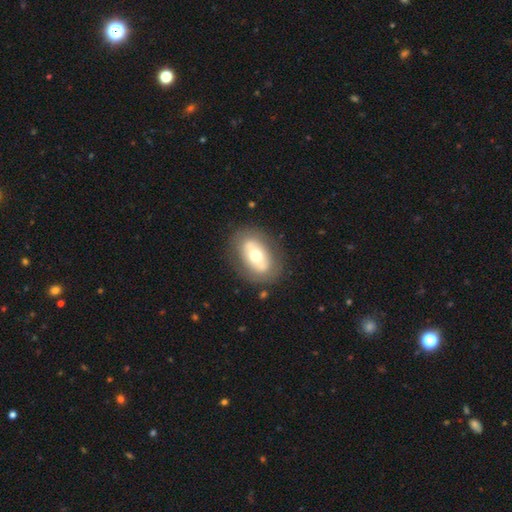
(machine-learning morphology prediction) Q: Smooth or featured?
A: smooth (49%); runner-up: featured or disk (44%)
Q: Merging?
A: none (81%); runner-up: minor disturbance (12%)